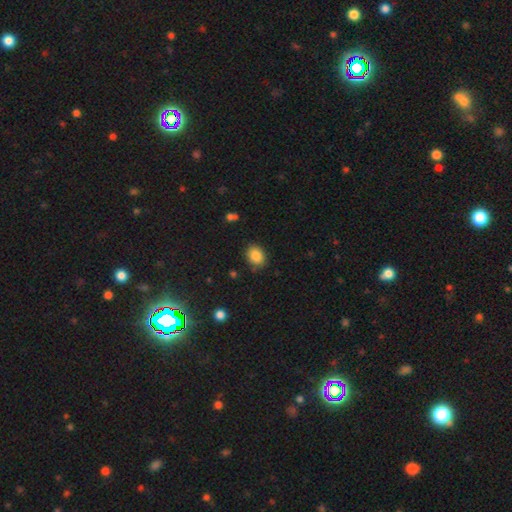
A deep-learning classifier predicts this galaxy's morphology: This is clearly a smooth galaxy (85%). How rounded: possibly in between (55%). Merging: clearly none (85%).